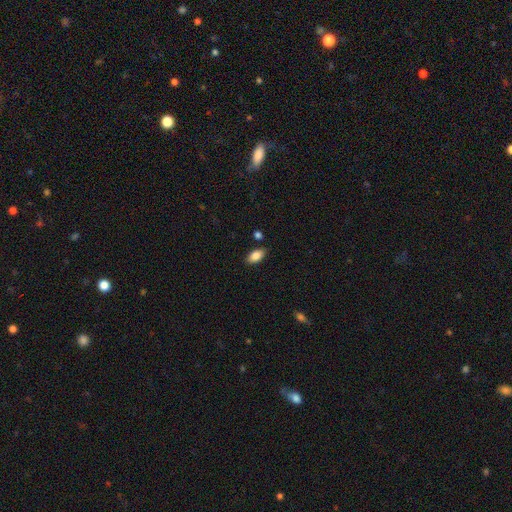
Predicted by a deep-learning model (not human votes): smooth-or-featured: smooth: 87% | star or artifact: 7% | featured or disk: 6%
  how-rounded: in between: 93% | cigar-shaped: 4% | round: 4%
  merging: none: 84% | minor disturbance: 11% | merger: 3% | major disturbance: 3%